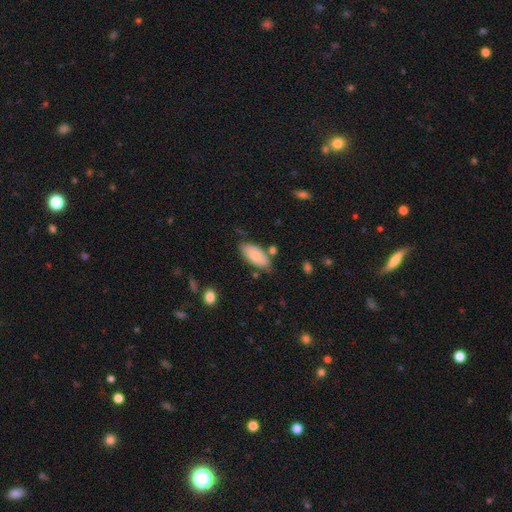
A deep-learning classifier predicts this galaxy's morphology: A smooth galaxy with no disk features (79%) that is in between round and cigar-shaped (90%).

Vote fractions:
- Smooth or featured? smooth: 79% / featured or disk: 15% / star or artifact: 6%
- How rounded? in between: 90% / cigar-shaped: 8% / round: 2%
- Merging? none: 71% / minor disturbance: 19% / merger: 6% / major disturbance: 4%